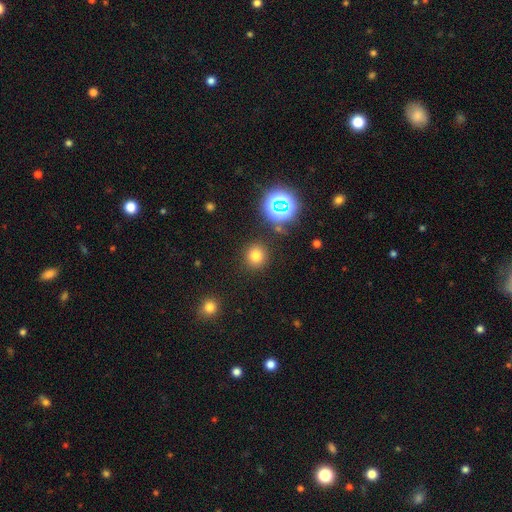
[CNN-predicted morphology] type=smooth (73%); roundness=round (91%); merging=none (88%).